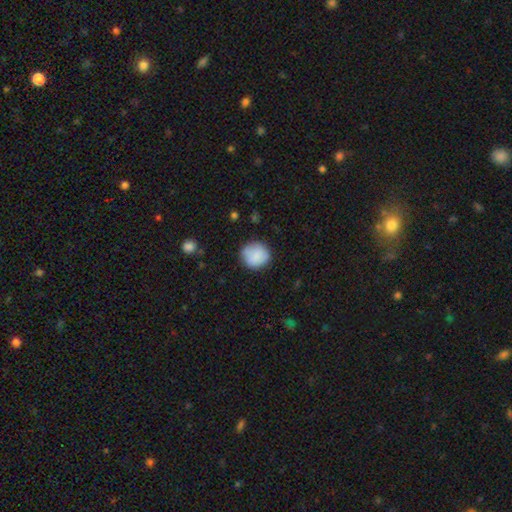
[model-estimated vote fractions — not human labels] Morphology: type=smooth (84%); roundness=round (85%); merging=none (74%).